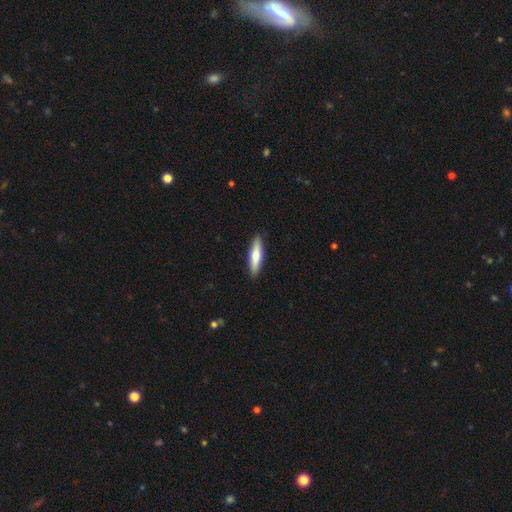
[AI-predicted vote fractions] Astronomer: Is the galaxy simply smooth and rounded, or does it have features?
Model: smooth — 65%.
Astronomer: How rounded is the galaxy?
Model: cigar-shaped — 75%.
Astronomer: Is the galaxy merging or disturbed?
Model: none — 90%.